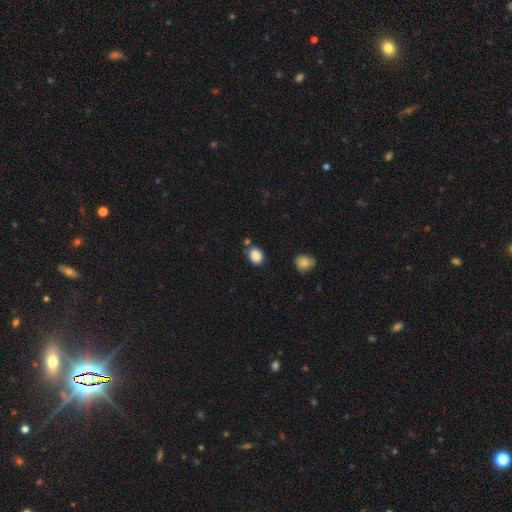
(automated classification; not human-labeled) smooth_or_featured: smooth (p=0.87) [alt: star or artifact p=0.09]
how_rounded: in between (p=0.57) [alt: round p=0.42]
merging: none (p=0.72) [alt: minor disturbance p=0.15]